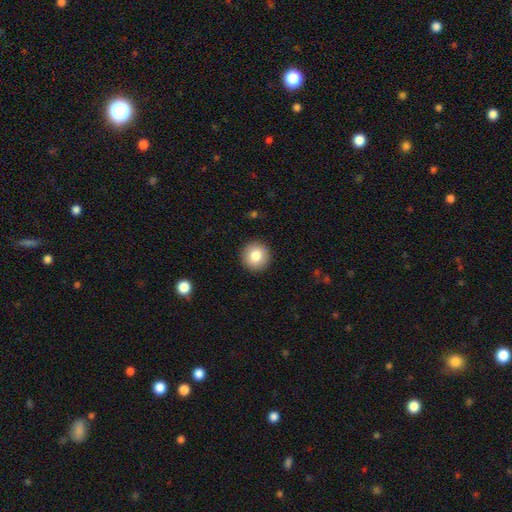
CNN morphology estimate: A smooth galaxy with no disk features (83%) that is round (94%). Merging: none (92%).